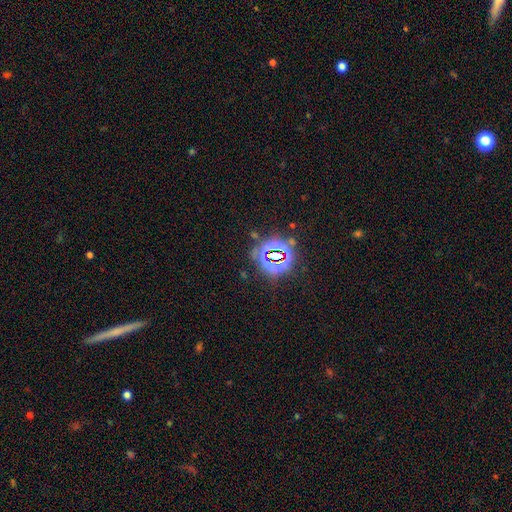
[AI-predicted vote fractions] A star or artifact, not a galaxy (78%).